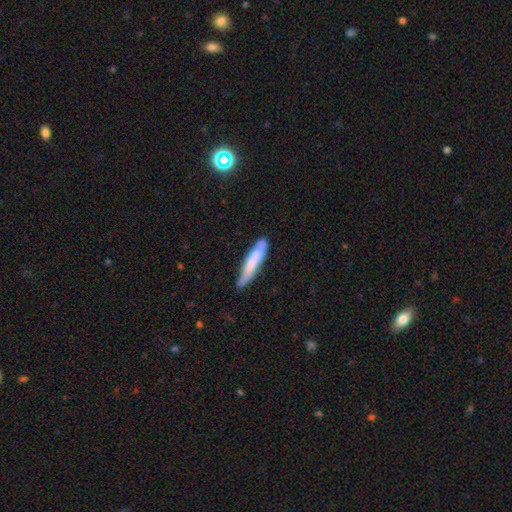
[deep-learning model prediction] Morphology: type=smooth (58%); roundness=cigar-shaped (91%); merging=none (63%).